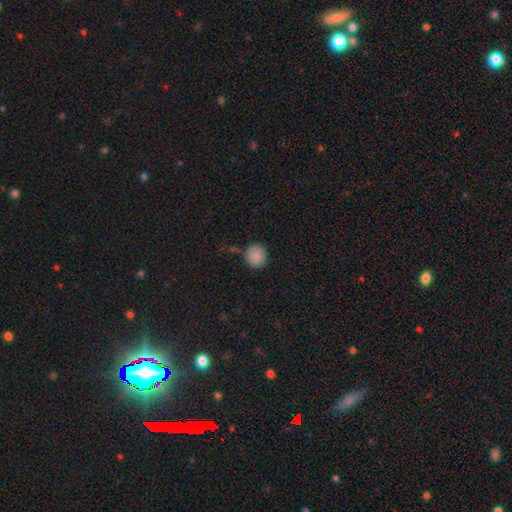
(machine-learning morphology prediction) Q: Smooth or featured?
A: smooth (86%); runner-up: star or artifact (9%)
Q: How rounded?
A: round (90%); runner-up: in between (9%)
Q: Merging?
A: none (82%); runner-up: minor disturbance (11%)